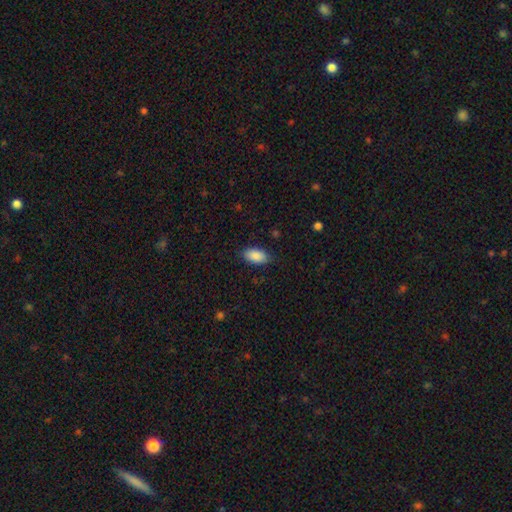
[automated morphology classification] A smooth galaxy with no disk features (89%) that is in between round and cigar-shaped (94%).

Vote fractions:
- Smooth or featured? smooth: 89% / star or artifact: 7% / featured or disk: 4%
- How rounded? in between: 94% / round: 3% / cigar-shaped: 3%
- Merging? none: 84% / minor disturbance: 12% / major disturbance: 3% / merger: 1%